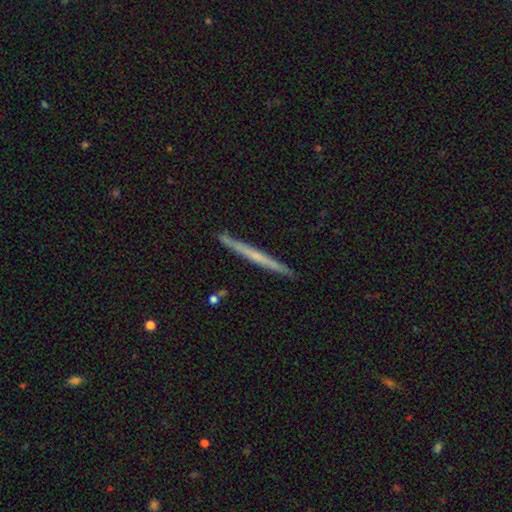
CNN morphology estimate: A featured or disk galaxy (56%) viewed edge-on (97%) with no central bulge (82%). Merging: none (91%).